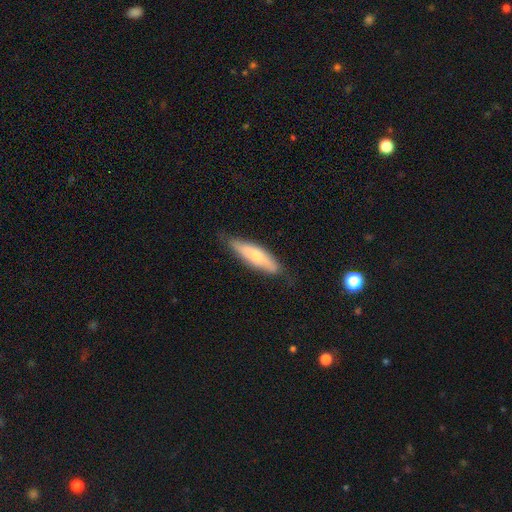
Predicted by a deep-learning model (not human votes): Smooth or featured: smooth — 60% (featured or disk — 35%)
How rounded: cigar-shaped — 60% (in between — 38%)
Merging: none — 73% (minor disturbance — 22%)